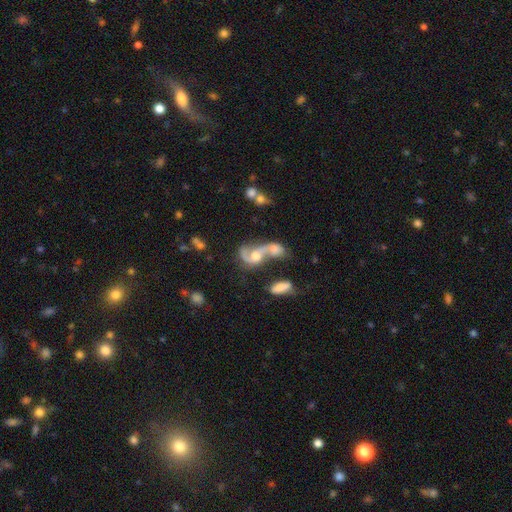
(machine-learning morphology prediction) A featured or disk galaxy (69%) with no bar (64%), 2 (71%) loose (63%) spiral arms (82%) and a moderate central bulge (55%).

Vote fractions:
- Smooth or featured? featured or disk: 69% / smooth: 20% / star or artifact: 11%
- Edge-on disk? no: 95% / yes: 5%
- Bar? no: 64% / weak: 28% / strong: 8%
- Spiral arms? yes: 82% / no: 18%
- Spiral winding? loose: 63% / medium: 28% / tight: 8%
- Spiral arm count? 2: 71% / 1: 17% / can't tell: 7% / 3: 2% / 4: 1% / more than 4: 1%
- Bulge size? moderate: 55% / small: 22% / large: 14% / none: 7% / dominant: 2%
- Merging? merger: 58% / none: 20% / major disturbance: 13% / minor disturbance: 9%